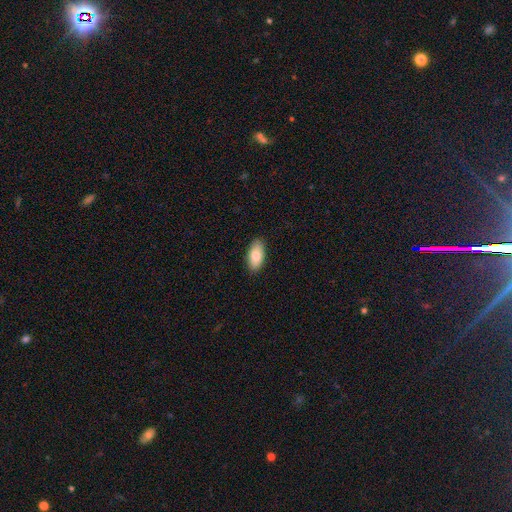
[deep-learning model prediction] smooth-or-featured: smooth: 81% | featured or disk: 12% | star or artifact: 6%
  how-rounded: in between: 92% | cigar-shaped: 6% | round: 3%
  merging: none: 89% | minor disturbance: 8% | major disturbance: 2% | merger: 1%